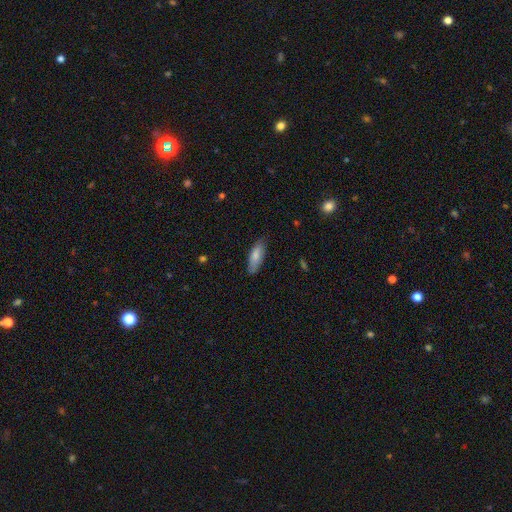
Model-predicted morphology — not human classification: Q: Smooth or featured?
A: smooth (78%); runner-up: featured or disk (16%)
Q: How rounded?
A: in between (63%); runner-up: cigar-shaped (36%)
Q: Merging?
A: none (79%); runner-up: minor disturbance (18%)